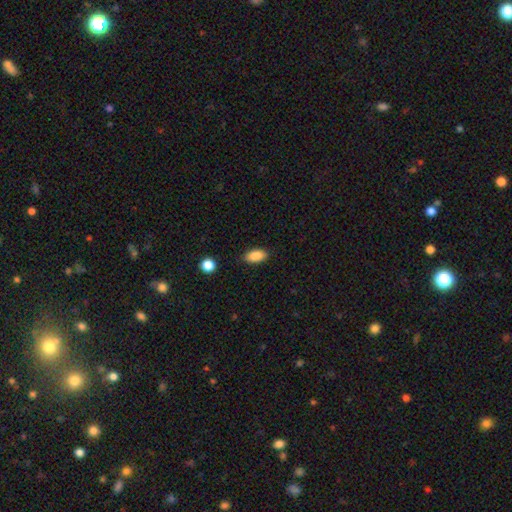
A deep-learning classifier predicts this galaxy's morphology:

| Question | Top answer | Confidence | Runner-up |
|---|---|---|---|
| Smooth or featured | smooth | 89% | star or artifact (8%) |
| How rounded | in between | 92% | cigar-shaped (5%) |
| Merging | none | 86% | minor disturbance (10%) |